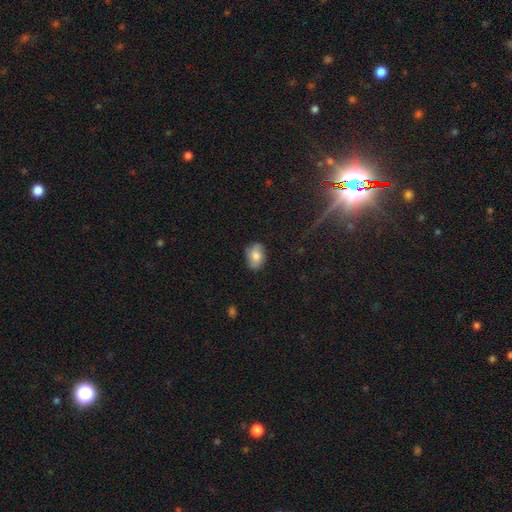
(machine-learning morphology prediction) smooth 74%, featured or disk 18%, star or artifact 8%. Down the decision tree: how rounded — in between (77%); merging — none (74%).